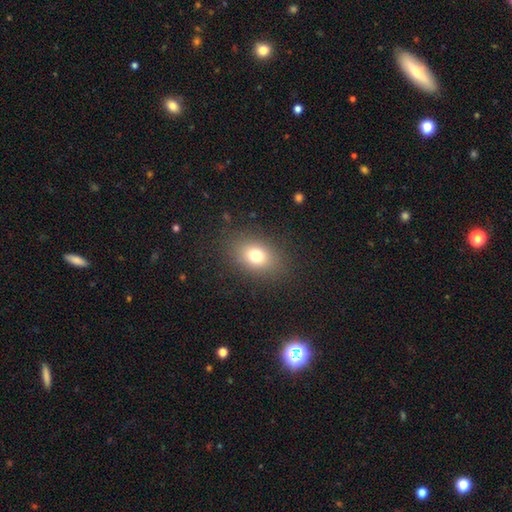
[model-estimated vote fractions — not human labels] Smooth or featured? smooth (75%)
How rounded? in between (69%)
Merging? none (85%)